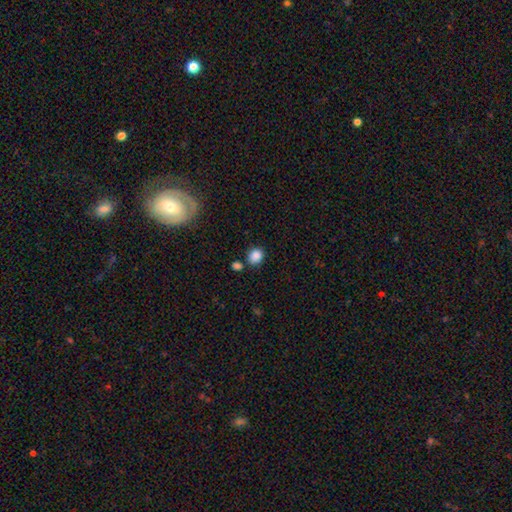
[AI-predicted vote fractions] Smooth or featured? smooth (86%)
How rounded? round (66%)
Merging? none (75%)